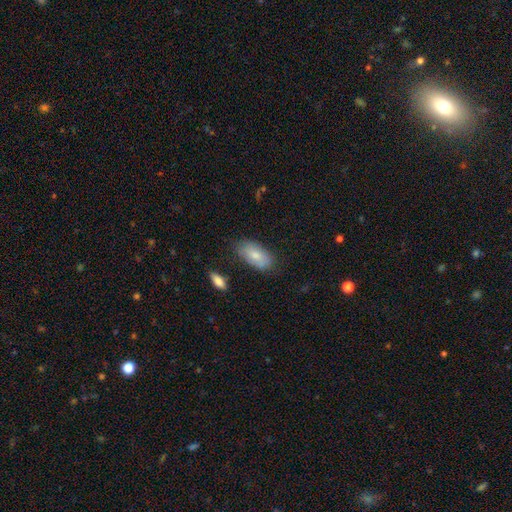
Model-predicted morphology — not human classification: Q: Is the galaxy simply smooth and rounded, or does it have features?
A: smooth — 78%.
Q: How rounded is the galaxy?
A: in between — 93%.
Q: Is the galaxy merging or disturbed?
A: none — 72%.